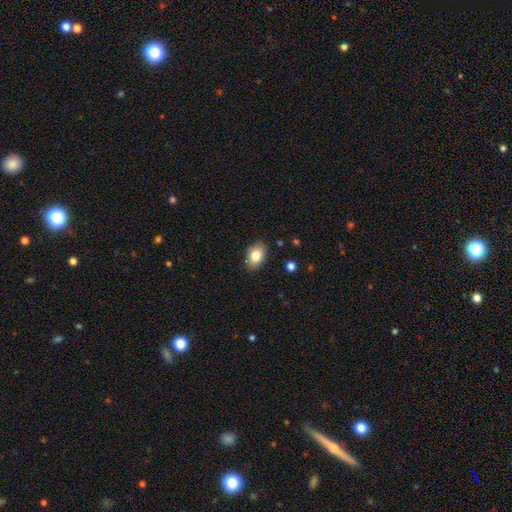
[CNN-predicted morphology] Smooth or featured: smooth — 82% (featured or disk — 9%)
How rounded: in between — 81% (round — 18%)
Merging: none — 87% (minor disturbance — 10%)